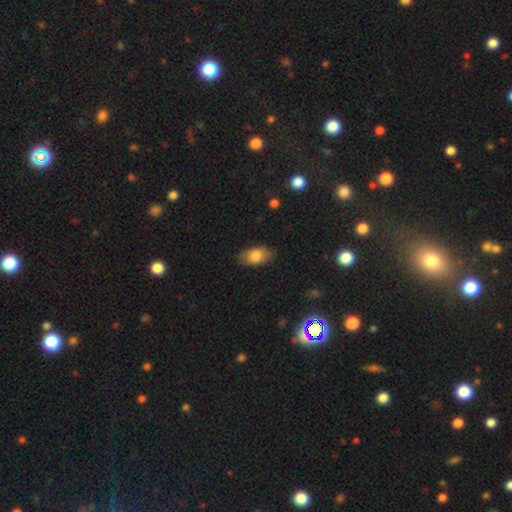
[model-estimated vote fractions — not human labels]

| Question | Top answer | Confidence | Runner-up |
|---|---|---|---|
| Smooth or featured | smooth | 80% | featured or disk (14%) |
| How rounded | in between | 93% | round (5%) |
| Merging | none | 83% | minor disturbance (14%) |